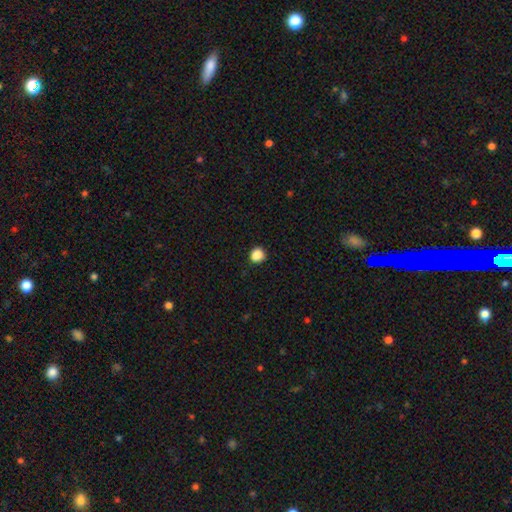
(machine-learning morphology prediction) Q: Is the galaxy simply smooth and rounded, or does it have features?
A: smooth — 87%.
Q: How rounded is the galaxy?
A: round — 85%.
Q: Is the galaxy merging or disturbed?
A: none — 88%.